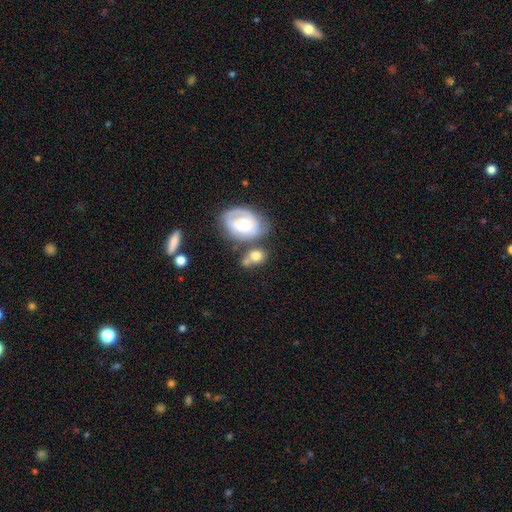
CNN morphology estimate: smooth 68%, featured or disk 24%, star or artifact 8%. Down the decision tree: how rounded — in between (53%); merging — none (41%).